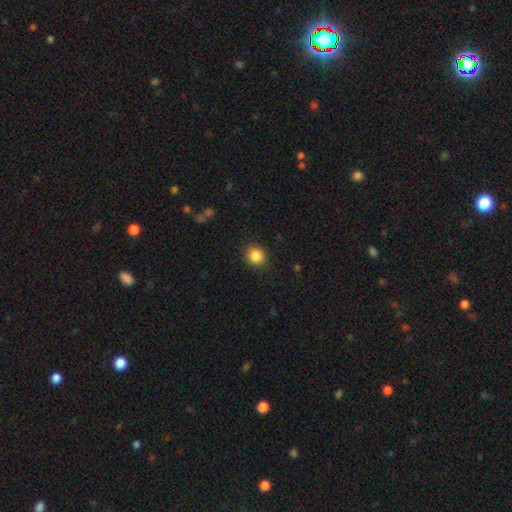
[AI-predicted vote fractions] This is clearly a smooth galaxy (86%). How rounded: likely round (77%). Merging: clearly none (88%).